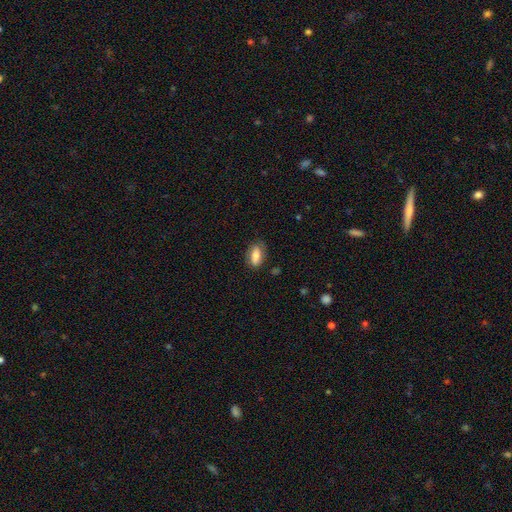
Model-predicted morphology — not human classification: Smooth or featured? Predicted: smooth (p=0.75). How rounded? Predicted: in between (p=0.86). Merging? Predicted: none (p=0.76).